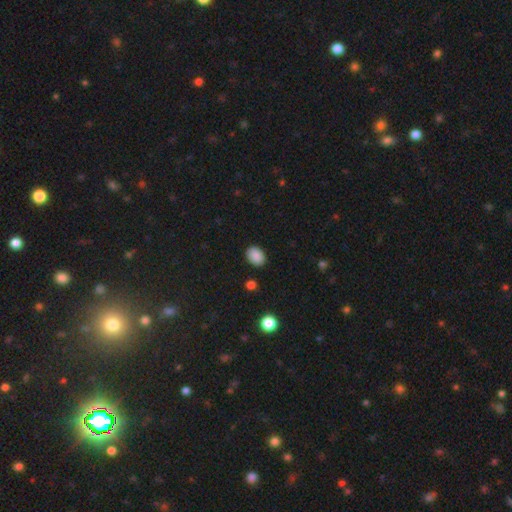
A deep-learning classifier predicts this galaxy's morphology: smooth-or-featured: smooth: 88% | star or artifact: 9% | featured or disk: 3%
  how-rounded: in between: 76% | round: 23% | cigar-shaped: 1%
  merging: none: 87% | minor disturbance: 9% | major disturbance: 2% | merger: 1%